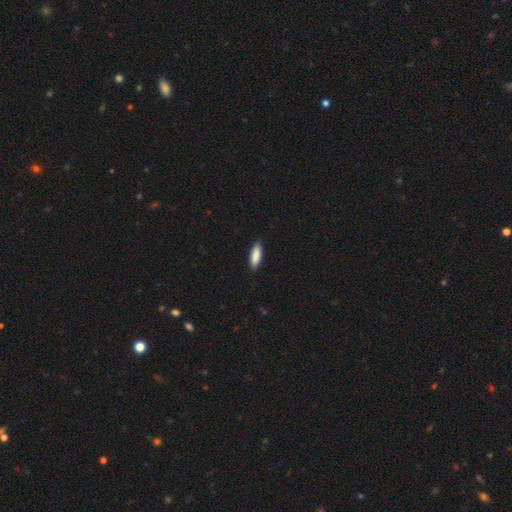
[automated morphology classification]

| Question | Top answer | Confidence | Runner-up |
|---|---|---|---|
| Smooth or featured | smooth | 88% | featured or disk (6%) |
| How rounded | in between | 50% | cigar-shaped (48%) |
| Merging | none | 89% | minor disturbance (8%) |